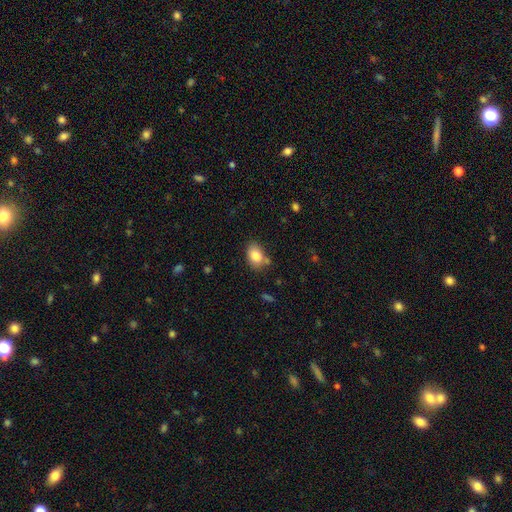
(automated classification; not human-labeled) This appears to be a smooth galaxy with no disk features (85%) that is in between round and cigar-shaped (83%). Merging: none (71%).